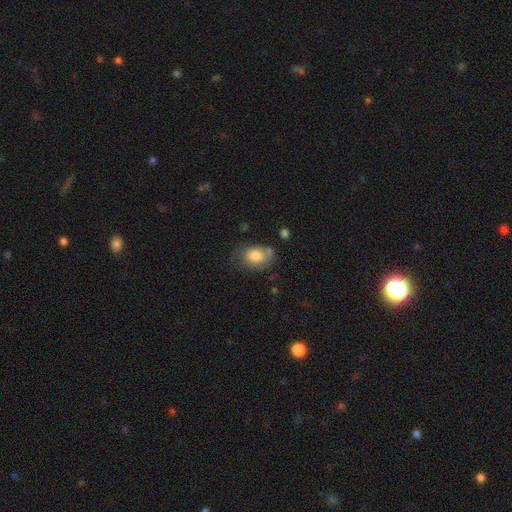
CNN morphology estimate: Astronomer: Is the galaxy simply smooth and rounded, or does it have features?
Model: smooth — 78%.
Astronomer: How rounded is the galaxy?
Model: in between — 73%.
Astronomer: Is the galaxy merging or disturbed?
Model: none — 49% (runner-up: minor disturbance, 28%).